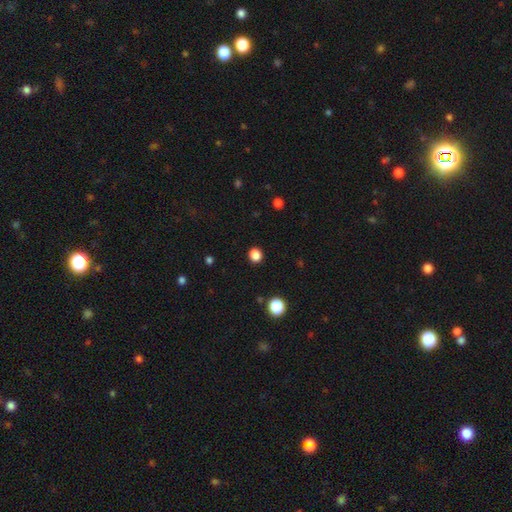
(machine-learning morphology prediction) This appears to be a smooth galaxy with no disk features (84%) that is round (68%). Merging: none (89%).